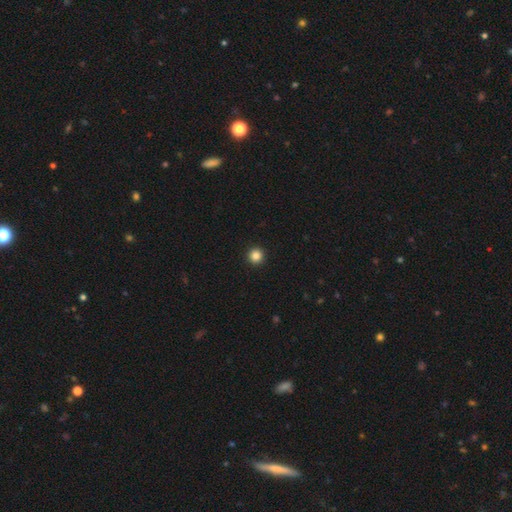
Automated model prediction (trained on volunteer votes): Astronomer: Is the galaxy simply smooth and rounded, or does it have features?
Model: smooth — 85%.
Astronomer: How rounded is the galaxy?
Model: round — 96%.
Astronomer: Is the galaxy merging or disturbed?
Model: none — 94%.